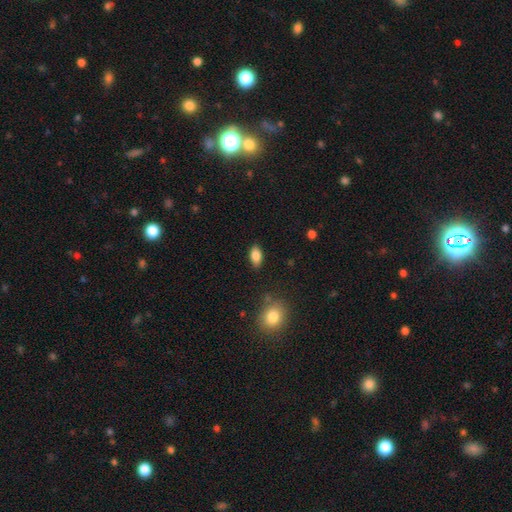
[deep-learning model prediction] Q: Smooth or featured?
A: smooth (85%); runner-up: star or artifact (8%)
Q: How rounded?
A: in between (91%); runner-up: round (5%)
Q: Merging?
A: none (86%); runner-up: minor disturbance (10%)